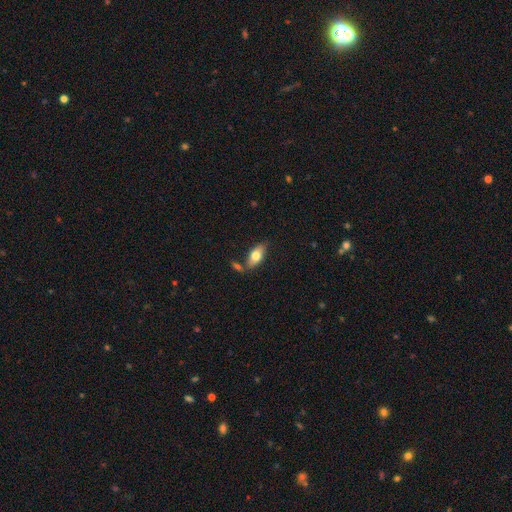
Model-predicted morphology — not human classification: The model was most divided on "smooth or featured": smooth: 71%, featured or disk: 23%, star or artifact: 6%. More confident: how rounded — in between (86%); merging — none (67%).